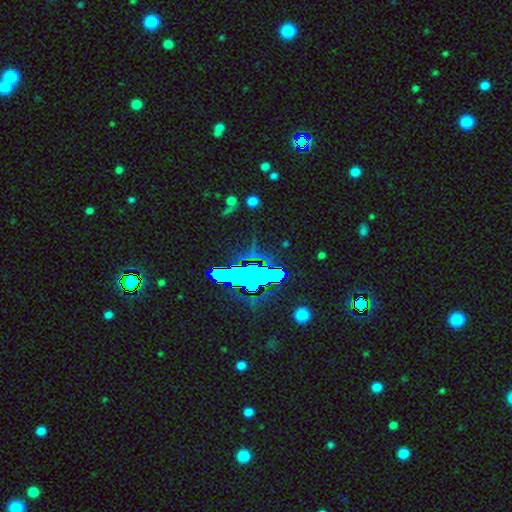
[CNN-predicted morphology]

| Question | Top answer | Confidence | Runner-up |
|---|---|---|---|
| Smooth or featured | star or artifact | 80% | smooth (10%) |